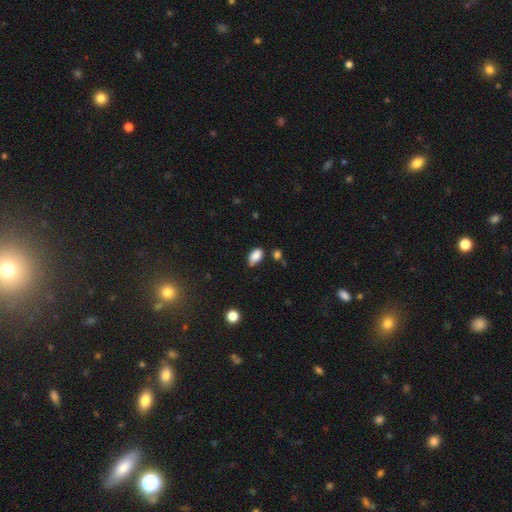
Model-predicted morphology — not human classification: smooth-or-featured: smooth: 86% | star or artifact: 8% | featured or disk: 5%
  how-rounded: in between: 92% | round: 6% | cigar-shaped: 2%
  merging: none: 61% | minor disturbance: 29% | major disturbance: 5% | merger: 5%